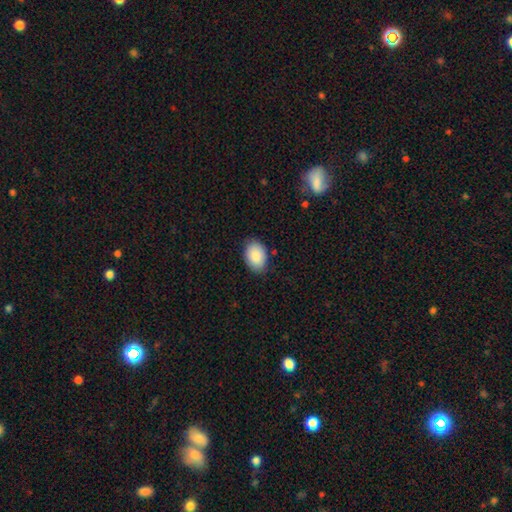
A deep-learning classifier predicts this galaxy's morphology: Q: Smooth or featured?
A: smooth (88%); runner-up: star or artifact (6%)
Q: How rounded?
A: in between (85%); runner-up: round (14%)
Q: Merging?
A: none (85%); runner-up: minor disturbance (12%)